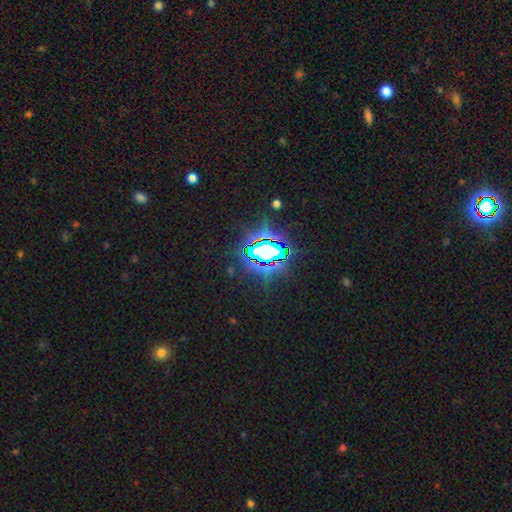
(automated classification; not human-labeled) Smooth or featured? star or artifact (77%)